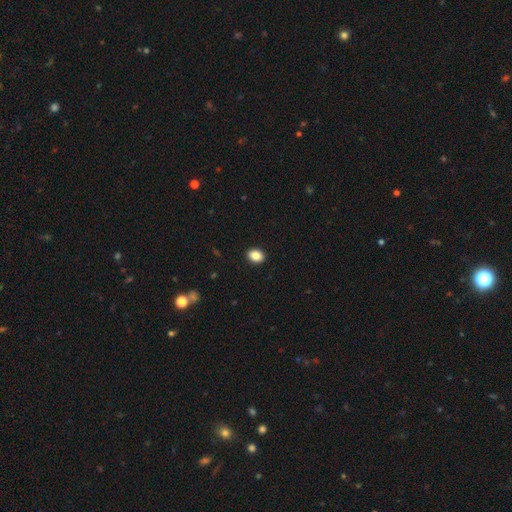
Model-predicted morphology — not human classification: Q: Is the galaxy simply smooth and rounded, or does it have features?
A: smooth — 86%.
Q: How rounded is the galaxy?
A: in between — 68%.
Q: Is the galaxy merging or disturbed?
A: none — 92%.